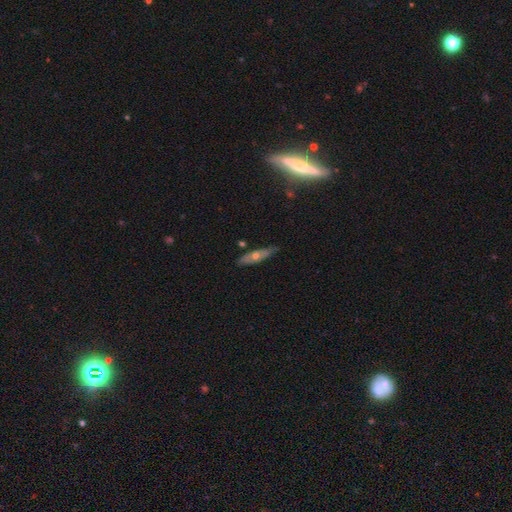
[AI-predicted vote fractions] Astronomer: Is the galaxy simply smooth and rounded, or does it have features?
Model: featured or disk — 54% (runner-up: smooth, 38%).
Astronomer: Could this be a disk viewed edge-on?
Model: yes — 59% (runner-up: no, 41%).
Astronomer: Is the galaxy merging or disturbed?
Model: none — 75%.